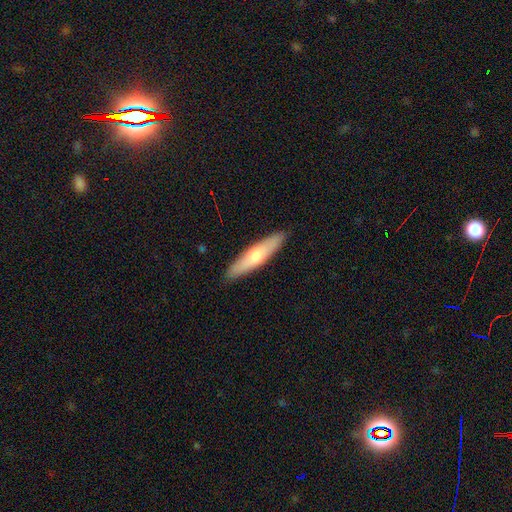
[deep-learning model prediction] smooth-or-featured: smooth: 61% | featured or disk: 34% | star or artifact: 5%
  how-rounded: cigar-shaped: 80% | in between: 18% | round: 1%
  merging: none: 90% | minor disturbance: 8% | major disturbance: 2% | merger: 1%